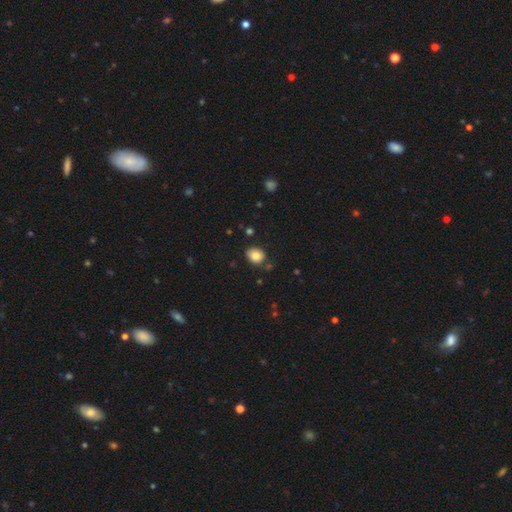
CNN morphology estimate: Overall: smooth (83%). How rounded: round (56%; in between 43%). Merging: none (83%).